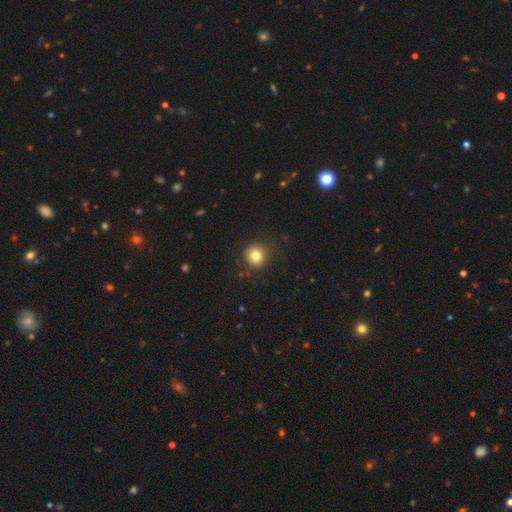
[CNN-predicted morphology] Smooth or featured: smooth — 81% (star or artifact — 12%)
How rounded: round — 91% (in between — 9%)
Merging: none — 87% (minor disturbance — 9%)